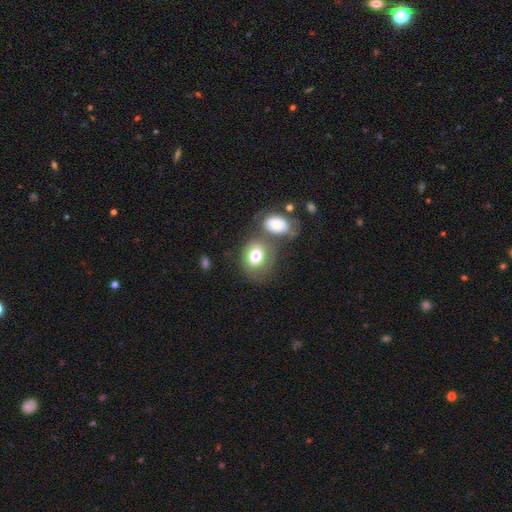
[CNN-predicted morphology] A smooth galaxy with no disk features (68%) that is in between round and cigar-shaped (59%). Merging: none (42%).